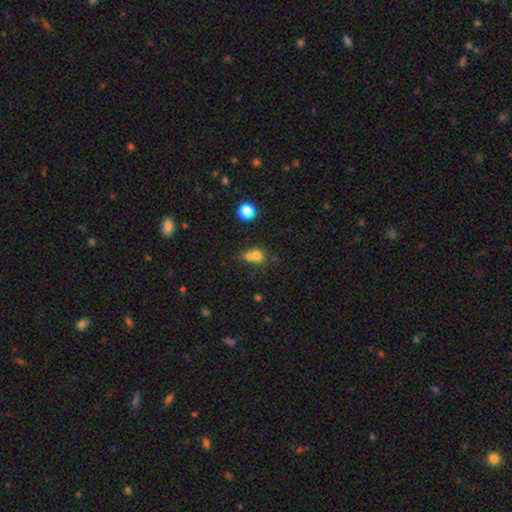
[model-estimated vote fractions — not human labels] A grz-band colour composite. It shows a smooth galaxy with no disk features (71%) that is round (78%). Merging: merger (56%).